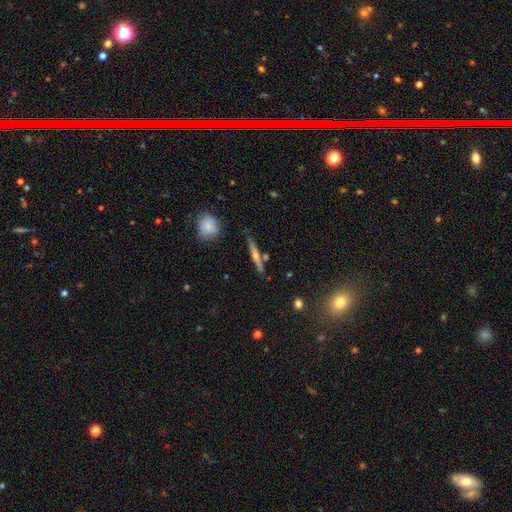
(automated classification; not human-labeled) This is possibly a featured or disk galaxy (57%). It is clearly viewed edge-on (95%). Edge-on bulge: clearly rounded (83%). Merging: clearly none (83%).